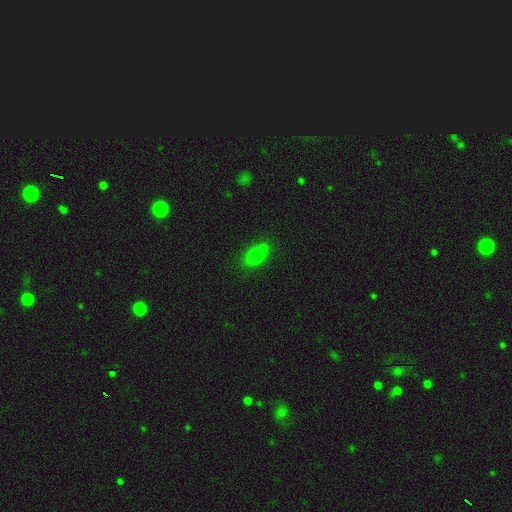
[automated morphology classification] The model was most divided on "merging": none: 55%, merger: 25%, minor disturbance: 15%, major disturbance: 5%. More confident: smooth or featured — smooth (74%); how rounded — in between (66%).